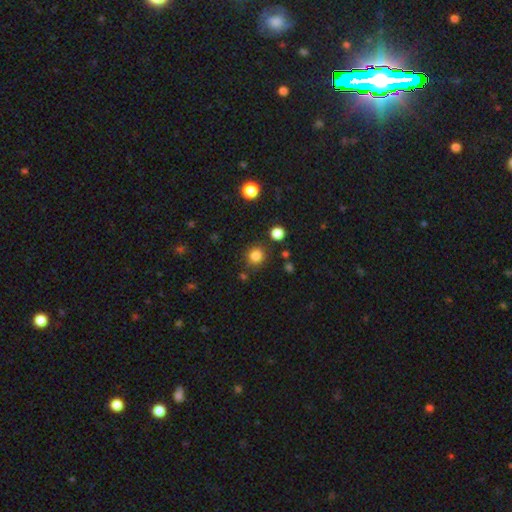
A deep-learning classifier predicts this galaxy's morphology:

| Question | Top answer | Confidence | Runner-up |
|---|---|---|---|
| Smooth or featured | smooth | 83% | star or artifact (13%) |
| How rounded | round | 89% | in between (10%) |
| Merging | none | 85% | minor disturbance (8%) |